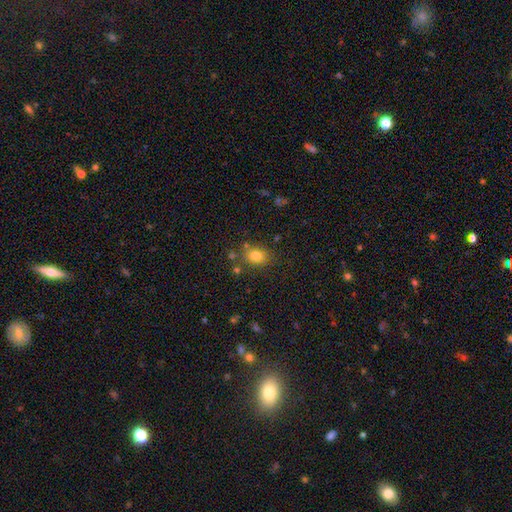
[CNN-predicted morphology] This appears to be a smooth galaxy with no disk features (79%) that is round (50%). Merging: none (77%).